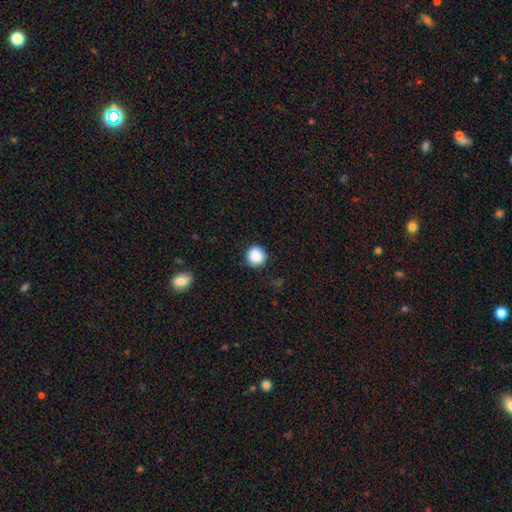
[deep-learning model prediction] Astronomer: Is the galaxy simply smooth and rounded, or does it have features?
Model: smooth — 88%.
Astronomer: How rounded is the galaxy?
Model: round — 94%.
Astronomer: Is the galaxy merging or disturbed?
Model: none — 89%.